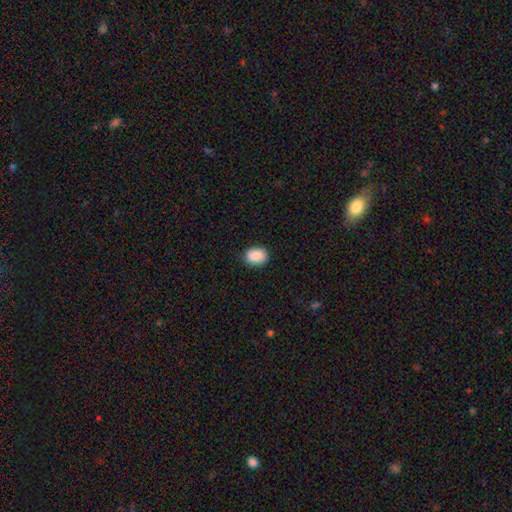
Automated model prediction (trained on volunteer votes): smooth 87%, star or artifact 7%, featured or disk 5%. Down the decision tree: how rounded — in between (60%); merging — none (84%).